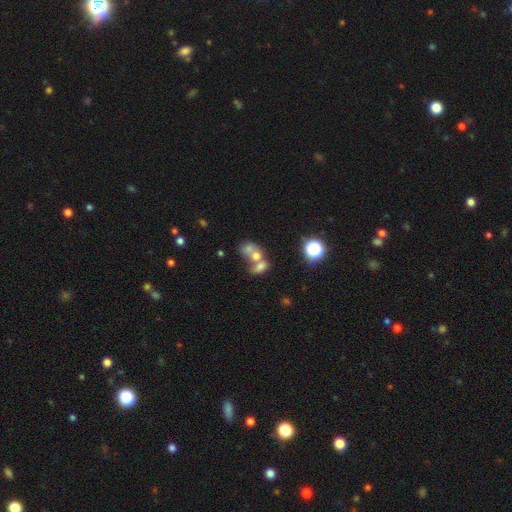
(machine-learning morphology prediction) A smooth galaxy with no disk features (57%) that is in between round and cigar-shaped (63%).

Vote fractions:
- Smooth or featured? smooth: 57% / featured or disk: 27% / star or artifact: 17%
- How rounded? in between: 63% / round: 35% / cigar-shaped: 3%
- Merging? merger: 71% / none: 16% / major disturbance: 7% / minor disturbance: 6%